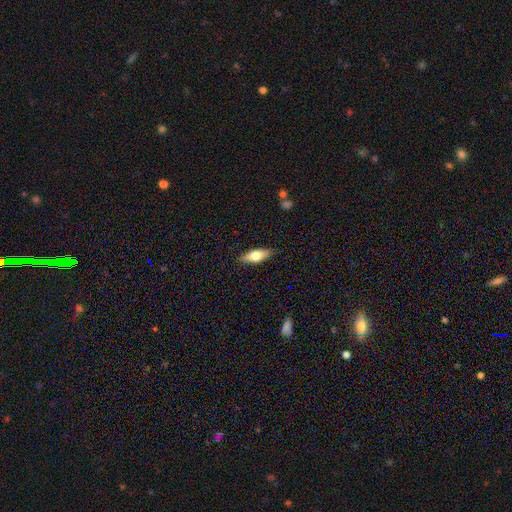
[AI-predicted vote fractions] The model was most divided on "smooth or featured": smooth: 60%, featured or disk: 34%, star or artifact: 6%. More confident: merging — none (86%); how rounded — in between (65%).